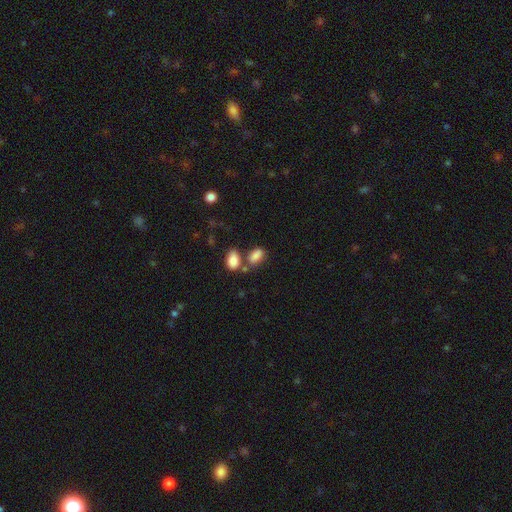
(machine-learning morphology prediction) Smooth or featured? Predicted: smooth (p=0.85). How rounded? Predicted: in between (p=0.90). Merging? Predicted: none (p=0.49).